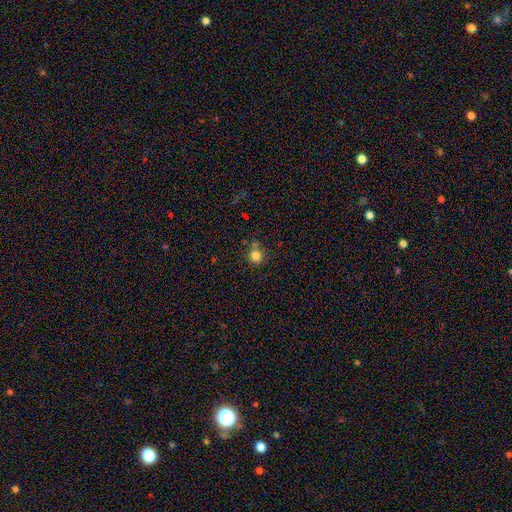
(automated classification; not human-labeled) Overall: smooth (82%). How rounded: round (87%). Merging: none (65%).